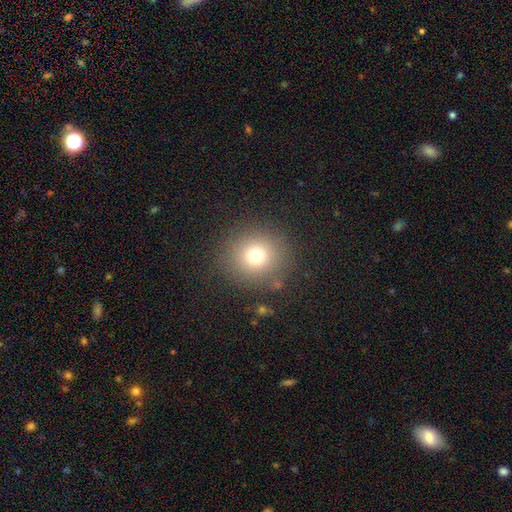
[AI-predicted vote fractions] Smooth or featured?
  - smooth: 73% *
  - star or artifact: 16%
  - featured or disk: 11%
How rounded?
  - round: 89% *
  - in between: 10%
  - cigar-shaped: 1%
Merging?
  - none: 85% *
  - minor disturbance: 9%
  - major disturbance: 5%
  - merger: 2%